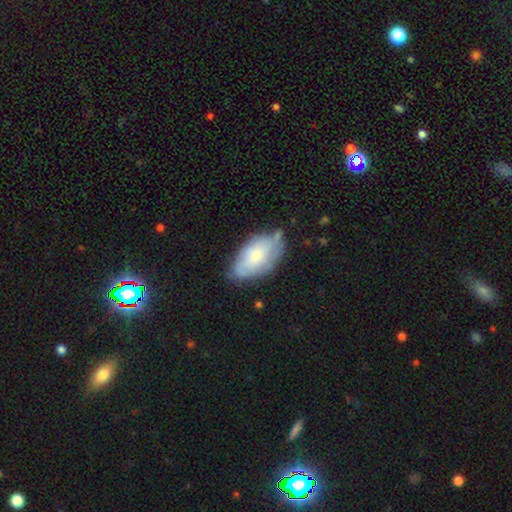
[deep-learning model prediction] smooth-or-featured: smooth: 64% | featured or disk: 29% | star or artifact: 7%
  how-rounded: in between: 94% | cigar-shaped: 3% | round: 3%
  merging: none: 54% | minor disturbance: 33% | major disturbance: 9% | merger: 5%